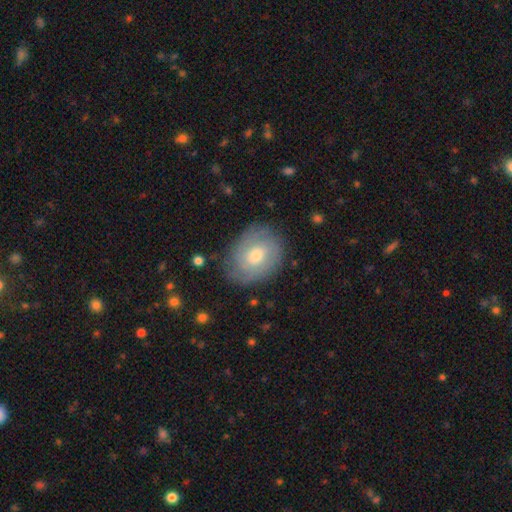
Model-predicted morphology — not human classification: Smooth or featured: featured or disk — 53% (smooth — 40%)
Edge-on disk: no — 96% (yes — 4%)
Bar: no — 62% (weak — 33%)
Spiral arms: yes — 76% (no — 24%)
Bulge size: moderate — 67% (small — 25%)
Merging: none — 79% (minor disturbance — 15%)